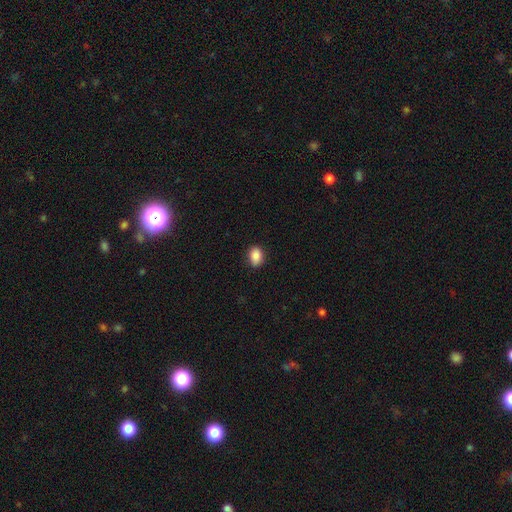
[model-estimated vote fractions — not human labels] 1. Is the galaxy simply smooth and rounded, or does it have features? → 87% smooth, 8% star or artifact, 5% featured or disk.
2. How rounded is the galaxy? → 70% in between, 28% round, 1% cigar-shaped.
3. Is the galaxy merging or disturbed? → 83% none, 13% minor disturbance, 2% major disturbance, 1% merger.